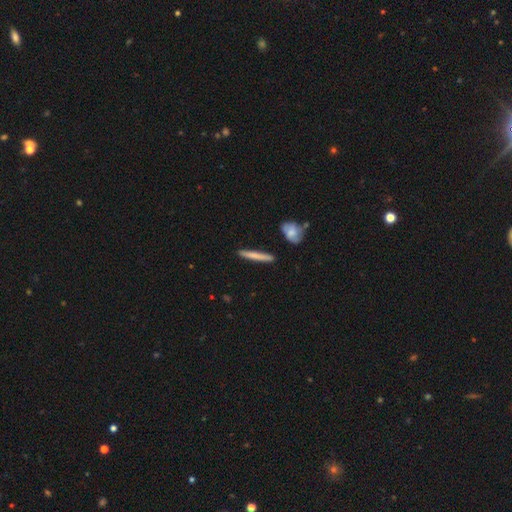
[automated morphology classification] Smooth or featured: smooth — 68% (featured or disk — 27%)
How rounded: cigar-shaped — 95% (in between — 4%)
Merging: none — 88% (minor disturbance — 8%)